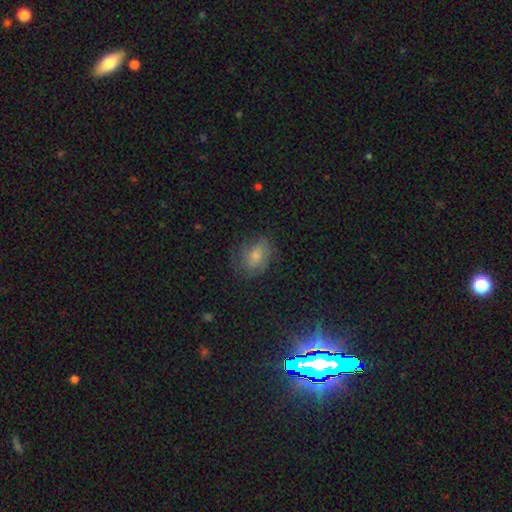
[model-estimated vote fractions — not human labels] Morphology: type=smooth (60%); roundness=in between (64%); merging=none (65%).